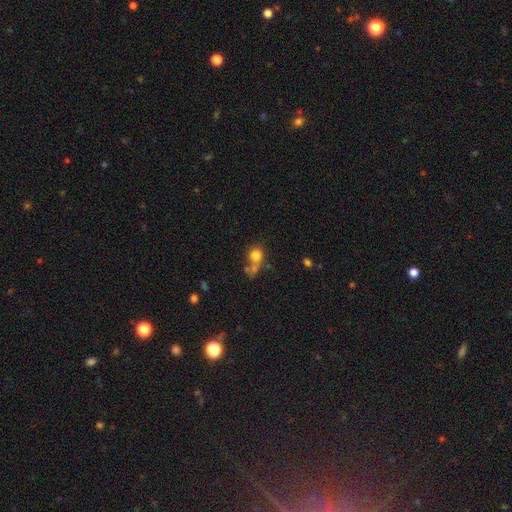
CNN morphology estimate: A smooth galaxy with no disk features (77%) that is round (81%). Merging: none (44%).